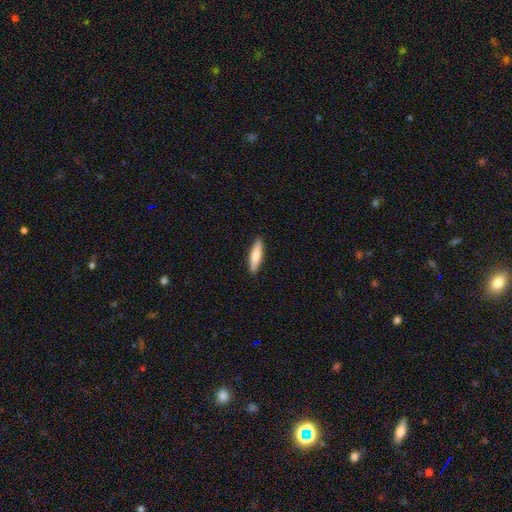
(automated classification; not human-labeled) Morphology: type=smooth (73%); roundness=cigar-shaped (71%); merging=none (91%).